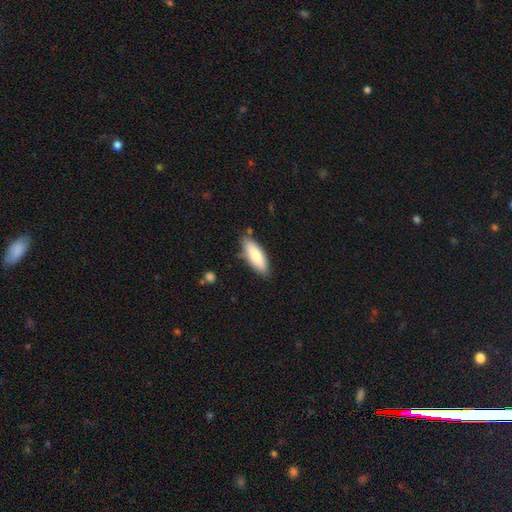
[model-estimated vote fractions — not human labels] smooth_or_featured: smooth (p=0.77) [alt: featured or disk p=0.17]
how_rounded: in between (p=0.66) [alt: cigar-shaped p=0.32]
merging: none (p=0.81) [alt: minor disturbance p=0.14]